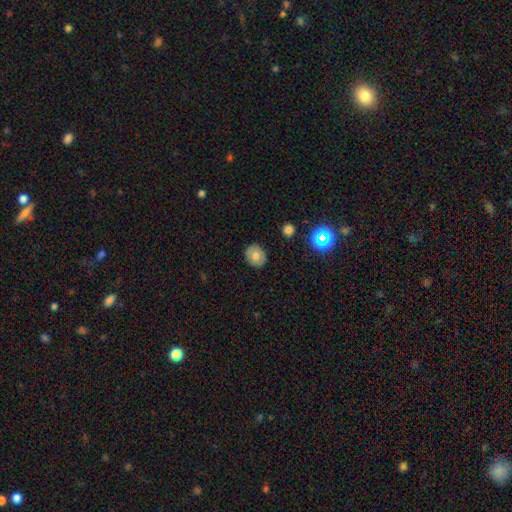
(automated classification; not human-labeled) Overall: smooth (67%). How rounded: round (71%). Merging: none (87%).